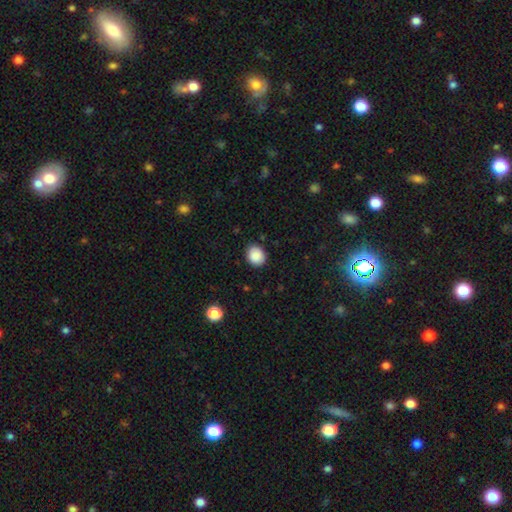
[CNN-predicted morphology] Smooth or featured?
  - smooth: 88% *
  - star or artifact: 9%
  - featured or disk: 3%
How rounded?
  - round: 67% *
  - in between: 32%
  - cigar-shaped: 1%
Merging?
  - none: 87% *
  - minor disturbance: 9%
  - major disturbance: 2%
  - merger: 1%